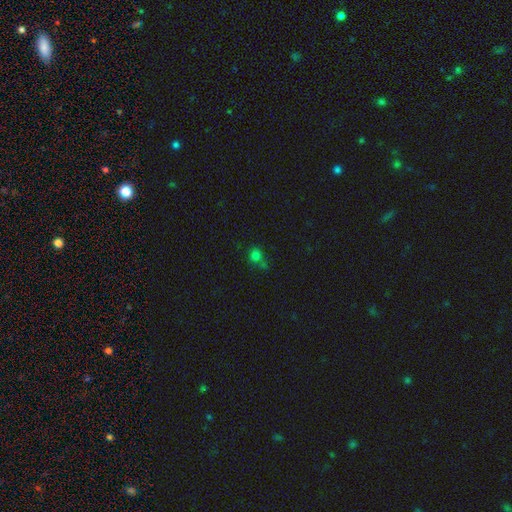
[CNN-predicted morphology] Smooth or featured: smooth — 69% (star or artifact — 24%)
How rounded: round — 83% (in between — 16%)
Merging: none — 61% (merger — 17%)